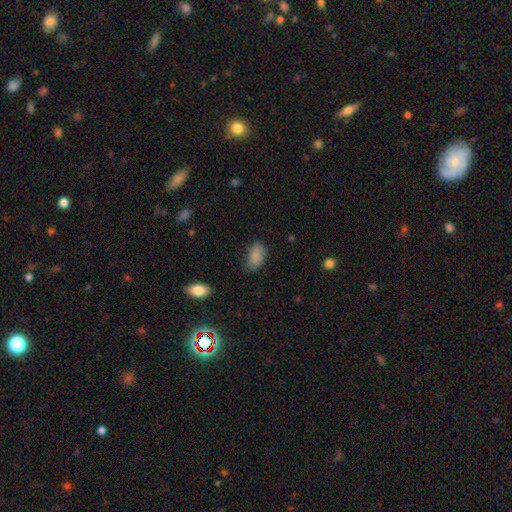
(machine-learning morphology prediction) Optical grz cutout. It shows a smooth galaxy with no disk features (87%) that is in between round and cigar-shaped (92%). Merging: none (77%).